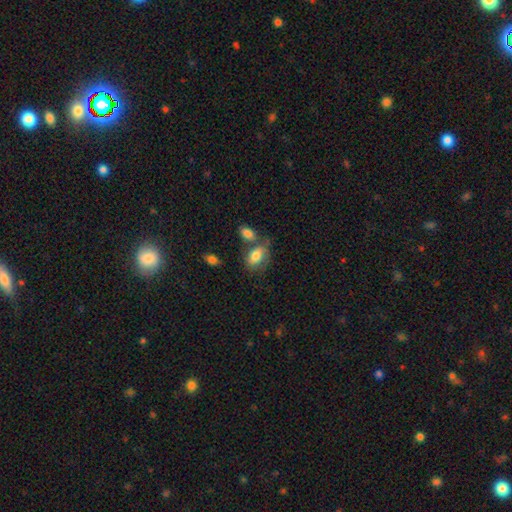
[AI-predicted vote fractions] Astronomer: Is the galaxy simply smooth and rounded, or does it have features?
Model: smooth — 77%.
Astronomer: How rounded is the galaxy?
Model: in between — 87%.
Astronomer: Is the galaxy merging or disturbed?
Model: none — 47% (runner-up: merger, 26%).